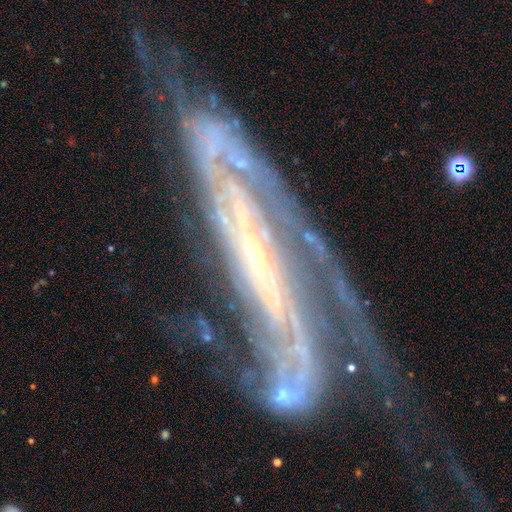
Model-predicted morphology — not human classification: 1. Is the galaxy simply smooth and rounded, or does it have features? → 88% featured or disk, 7% star or artifact, 6% smooth.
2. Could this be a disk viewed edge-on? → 81% no, 19% yes.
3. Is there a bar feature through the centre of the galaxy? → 42% no, 32% strong, 26% weak.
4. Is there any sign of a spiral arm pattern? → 93% yes, 7% no.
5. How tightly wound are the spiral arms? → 46% tight, 37% medium, 17% loose.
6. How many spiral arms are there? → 39% 2, 26% can't tell, 14% 3, 7% 4, 7% 1, 6% more than 4.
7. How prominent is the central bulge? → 77% small, 13% moderate, 6% none, 2% large, 1% dominant.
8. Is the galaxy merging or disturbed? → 41% none, 30% major disturbance, 20% minor disturbance, 8% merger.